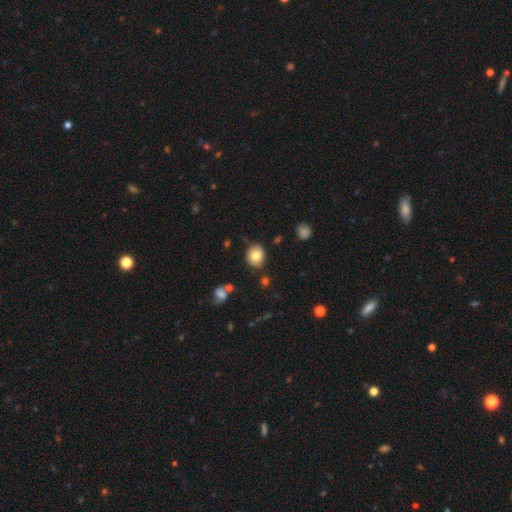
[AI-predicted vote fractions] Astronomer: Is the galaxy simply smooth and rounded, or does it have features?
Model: smooth — 80%.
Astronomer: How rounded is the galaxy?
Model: round — 65%.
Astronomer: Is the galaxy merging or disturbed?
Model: none — 85%.